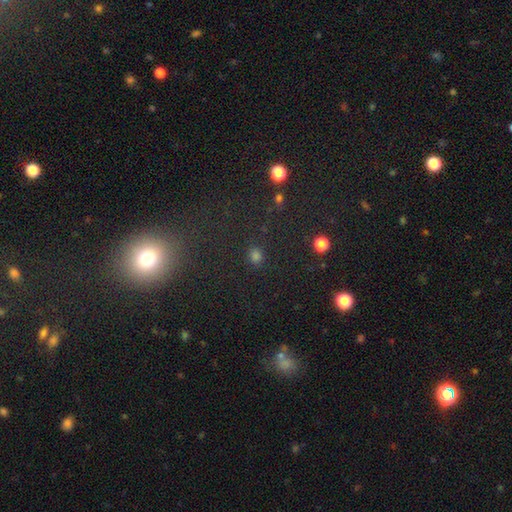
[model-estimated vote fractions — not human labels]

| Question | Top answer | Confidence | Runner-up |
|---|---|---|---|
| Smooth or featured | smooth | 69% | star or artifact (25%) |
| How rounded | round | 78% | in between (20%) |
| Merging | none | 87% | minor disturbance (7%) |